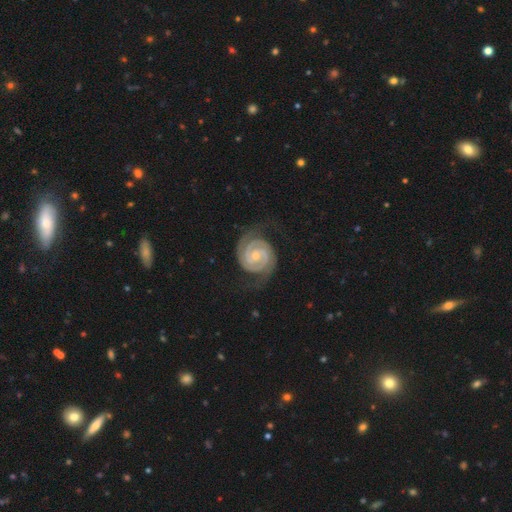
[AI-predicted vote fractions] smooth-or-featured: featured or disk: 93% | star or artifact: 4% | smooth: 3%
  disk-edge-on: no: 98% | yes: 2%
    bar: no: 53% | weak: 35% | strong: 12%
    has-spiral-arms: yes: 99% | no: 1%
      spiral-winding: tight: 79% | medium: 18% | loose: 3%
      spiral-arm-count: 2: 88% | 3: 5% | can't tell: 3% | 4: 2% | 1: 1% | more than 4: 1%
    bulge-size: small: 65% | moderate: 31% | none: 3% | large: 1% | dominant: 1%
  merging: none: 75% | minor disturbance: 16% | major disturbance: 7% | merger: 1%